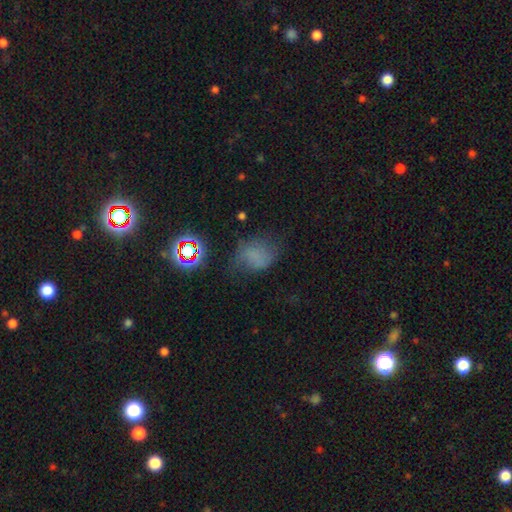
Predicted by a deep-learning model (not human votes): Morphology: type=smooth (50%); merging=none (47%).